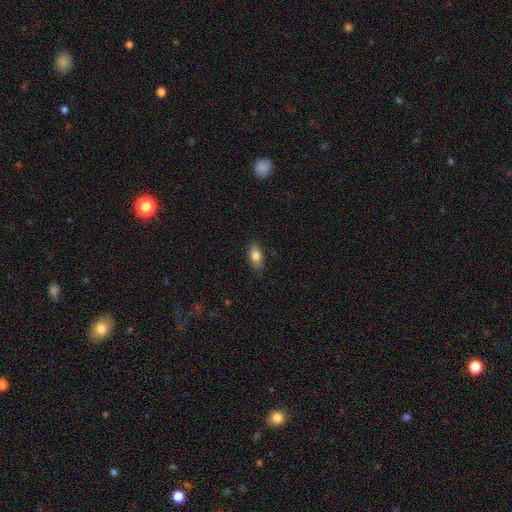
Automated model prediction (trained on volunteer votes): smooth 81%, featured or disk 12%, star or artifact 7%. Down the decision tree: how rounded — in between (88%); merging — none (85%).